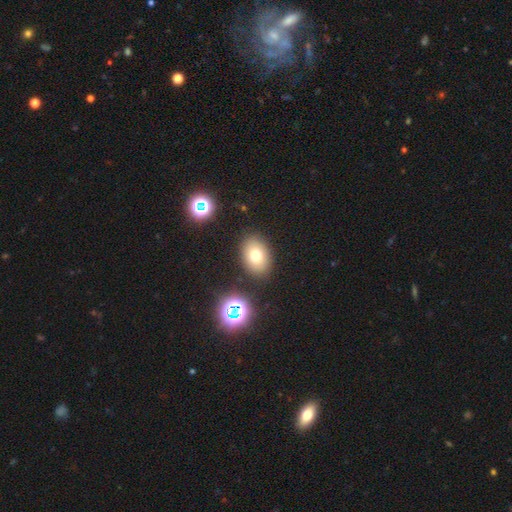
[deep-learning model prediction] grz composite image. It shows a smooth galaxy with no disk features (75%) that is in between round and cigar-shaped (79%). Merging: none (86%).